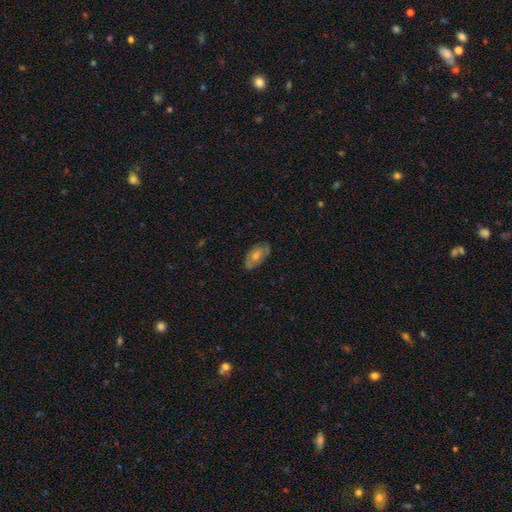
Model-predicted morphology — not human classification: The model was most divided on "smooth or featured": featured or disk: 57%, smooth: 32%, star or artifact: 11%. More confident: edge-on disk — no (90%); merging — none (79%); bar — no (77%); spiral arms — yes (68%); bulge size — moderate (63%).